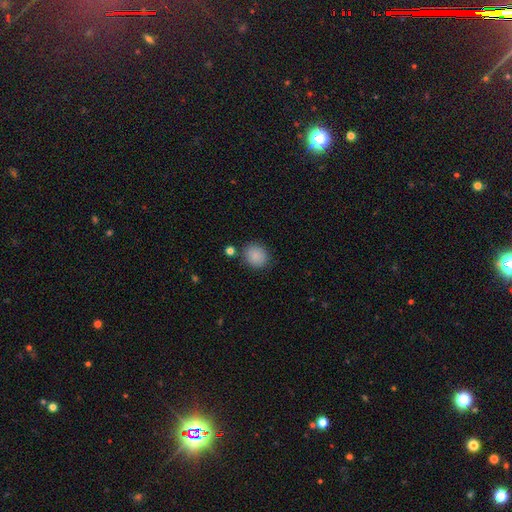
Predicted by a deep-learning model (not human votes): Q: Smooth or featured?
A: smooth (86%); runner-up: star or artifact (8%)
Q: How rounded?
A: round (75%); runner-up: in between (24%)
Q: Merging?
A: none (81%); runner-up: minor disturbance (11%)